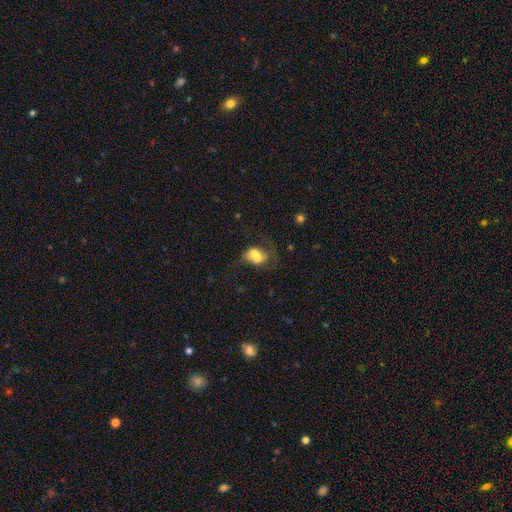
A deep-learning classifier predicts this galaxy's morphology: smooth 56%, featured or disk 32%, star or artifact 11%. Down the decision tree: how rounded — in between (72%); merging — merger (35%).